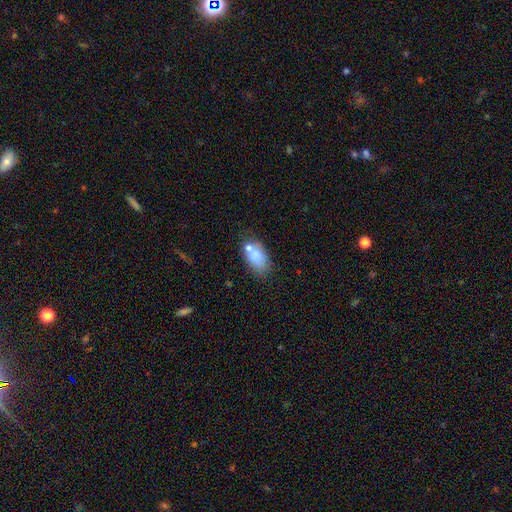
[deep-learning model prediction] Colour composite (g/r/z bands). It shows a smooth galaxy with no disk features (73%) that is in between round and cigar-shaped (90%). Merging: none (54%).